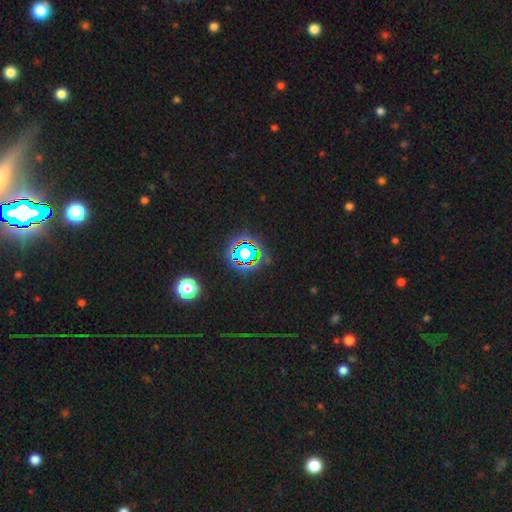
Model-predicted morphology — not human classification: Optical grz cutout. It shows a star or artifact, not a galaxy (72%).